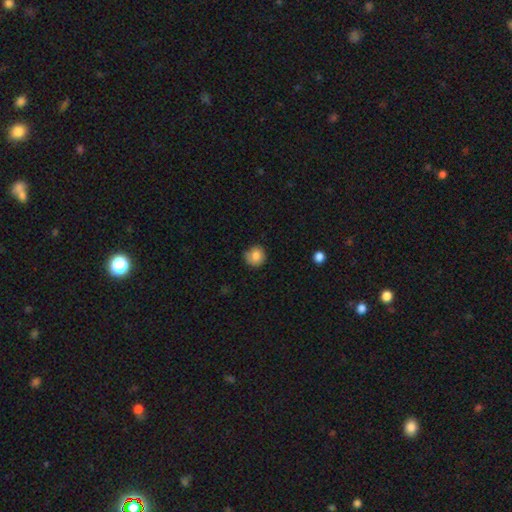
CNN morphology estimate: smooth 84%, star or artifact 9%, featured or disk 7%. Down the decision tree: how rounded — round (89%); merging — none (76%).